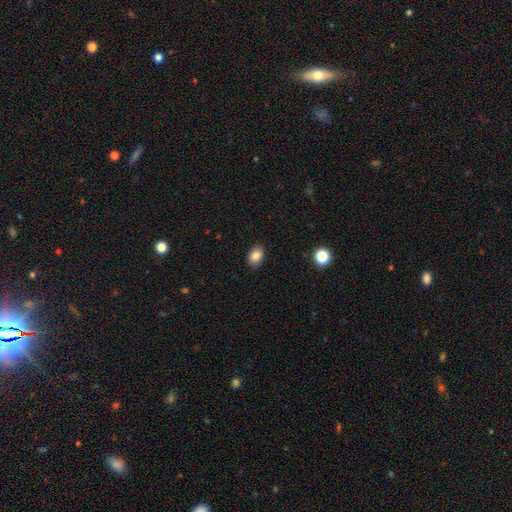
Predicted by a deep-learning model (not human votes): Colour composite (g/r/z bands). It shows a smooth galaxy with no disk features (85%) that is in between round and cigar-shaped (80%). Merging: none (87%).